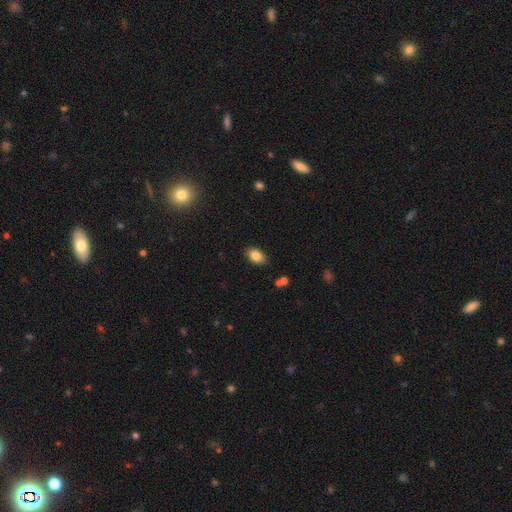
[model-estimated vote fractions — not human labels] smooth_or_featured: smooth (p=0.85) [alt: star or artifact p=0.08]
how_rounded: in between (p=0.89) [alt: round p=0.10]
merging: none (p=0.87) [alt: minor disturbance p=0.09]